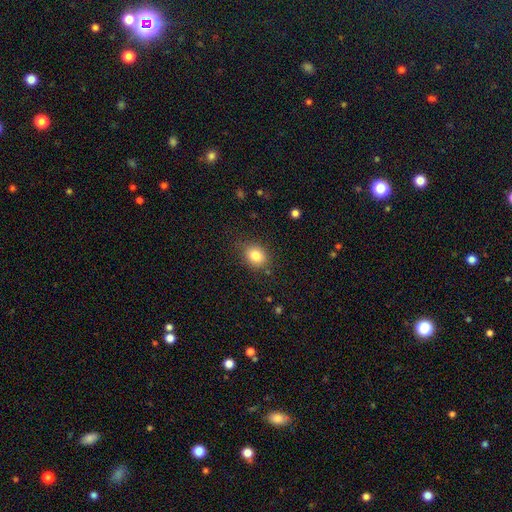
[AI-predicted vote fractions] smooth-or-featured: smooth: 83% | star or artifact: 10% | featured or disk: 7%
  how-rounded: in between: 51% | round: 48% | cigar-shaped: 1%
  merging: none: 81% | minor disturbance: 14% | major disturbance: 4% | merger: 2%